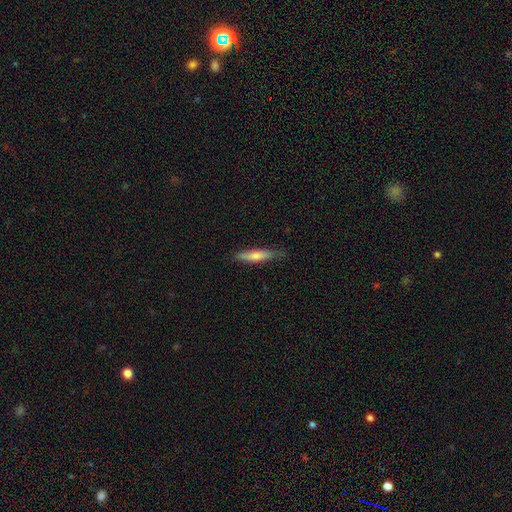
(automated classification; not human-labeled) Overall: smooth (65%; featured or disk 29%). How rounded: cigar-shaped (84%). Merging: none (79%).